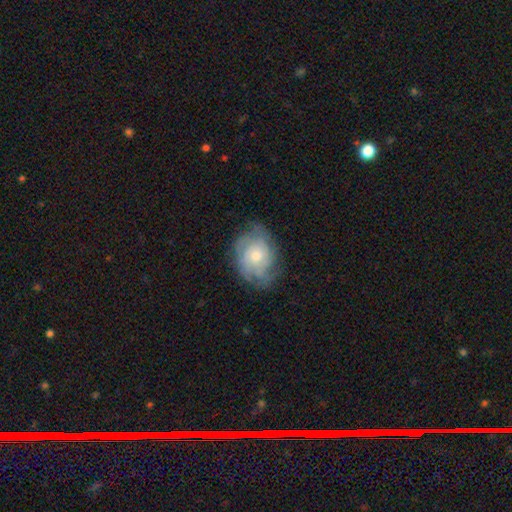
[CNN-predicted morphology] Smooth or featured: featured or disk — 64% (smooth — 28%)
Edge-on disk: no — 97% (yes — 3%)
Bar: no — 80% (weak — 17%)
Spiral arms: yes — 85% (no — 15%)
Spiral winding: tight — 57% (medium — 31%)
Spiral arm count: can't tell — 49% (3 — 15%)
Bulge size: moderate — 55% (small — 37%)
Merging: none — 69% (minor disturbance — 21%)